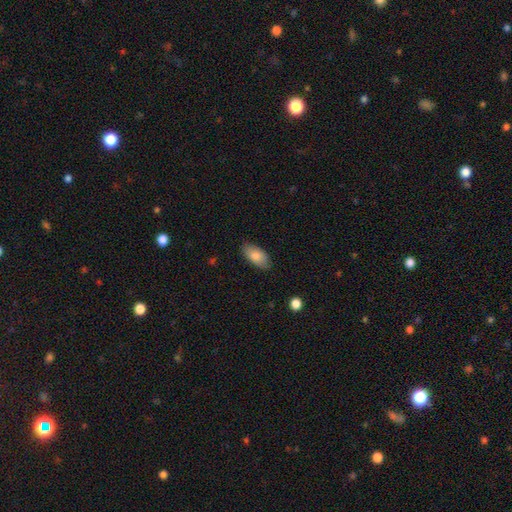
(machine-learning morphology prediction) Overall: smooth (82%). How rounded: in between (92%). Merging: none (83%).